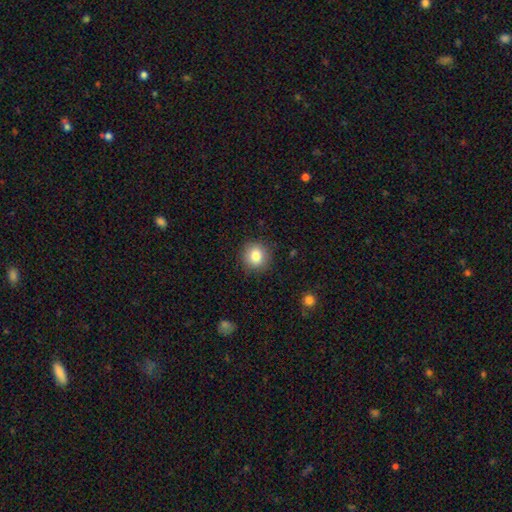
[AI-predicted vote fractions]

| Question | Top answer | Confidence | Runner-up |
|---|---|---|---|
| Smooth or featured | smooth | 82% | star or artifact (10%) |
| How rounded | round | 90% | in between (9%) |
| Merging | none | 89% | minor disturbance (8%) |